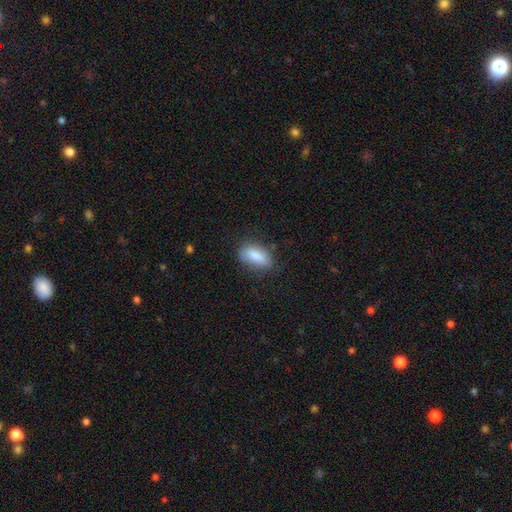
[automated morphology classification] Smooth or featured: smooth — 85% (featured or disk — 8%)
How rounded: in between — 86% (cigar-shaped — 10%)
Merging: none — 74% (minor disturbance — 19%)